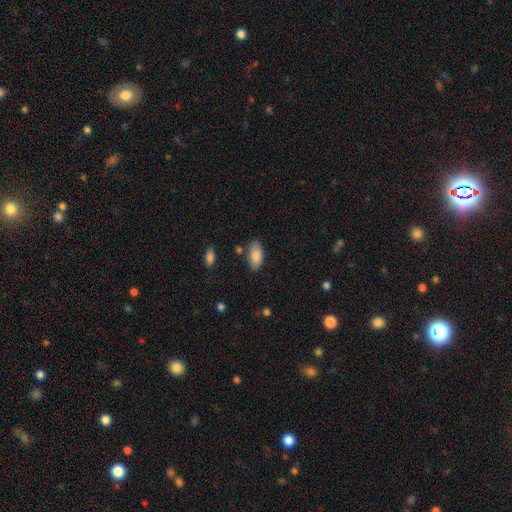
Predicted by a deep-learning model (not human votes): A smooth galaxy with no disk features (85%) that is in between round and cigar-shaped (92%). Merging: none (79%).